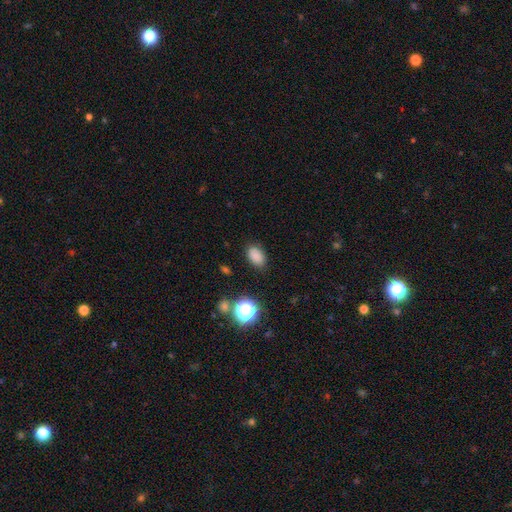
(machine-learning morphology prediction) A smooth galaxy with no disk features (82%) that is in between round and cigar-shaped (86%). Merging: none (85%).